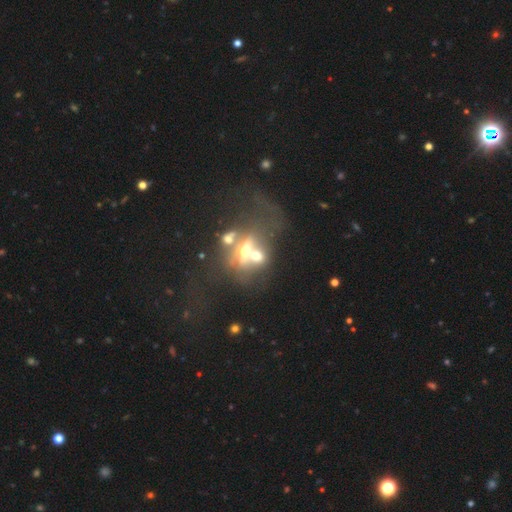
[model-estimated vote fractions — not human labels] smooth-or-featured: featured or disk: 53% | smooth: 31% | star or artifact: 16%
  disk-edge-on: no: 65% | yes: 35%
  merging: merger: 61% | none: 17% | major disturbance: 15% | minor disturbance: 7%